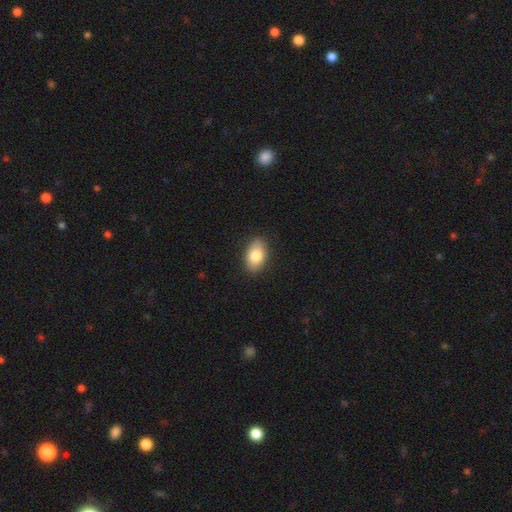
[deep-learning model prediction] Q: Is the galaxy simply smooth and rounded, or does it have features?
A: smooth — 82%.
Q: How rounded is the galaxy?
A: in between — 90%.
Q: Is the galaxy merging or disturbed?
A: none — 88%.